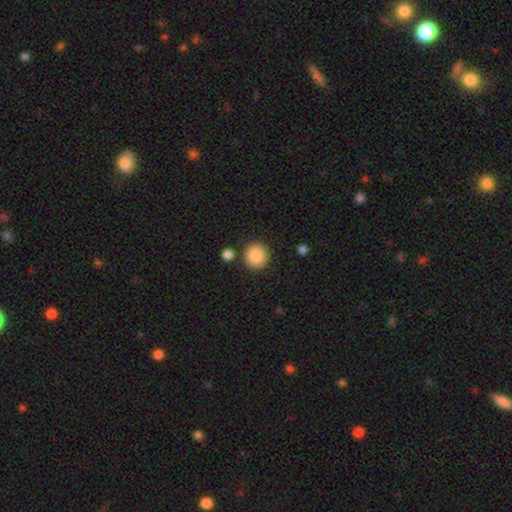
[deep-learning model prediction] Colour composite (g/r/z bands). It shows a smooth galaxy with no disk features (88%) that is round (90%). Merging: none (84%).